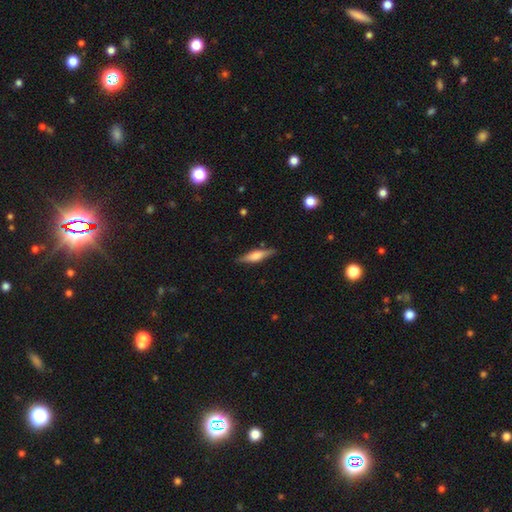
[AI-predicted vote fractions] smooth-or-featured: featured or disk: 51% | smooth: 43% | star or artifact: 6%
  disk-edge-on: yes: 95% | no: 5%
  merging: none: 86% | minor disturbance: 10% | major disturbance: 2% | merger: 2%